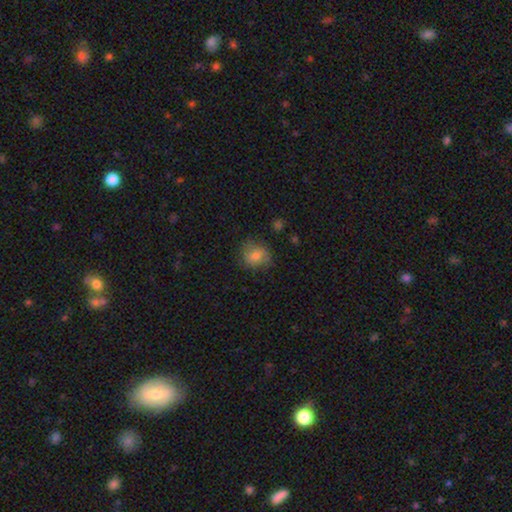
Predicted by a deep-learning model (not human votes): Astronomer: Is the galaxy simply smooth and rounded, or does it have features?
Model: smooth — 76%.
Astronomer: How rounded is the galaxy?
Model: round — 70%.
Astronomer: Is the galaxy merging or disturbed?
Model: none — 73%.